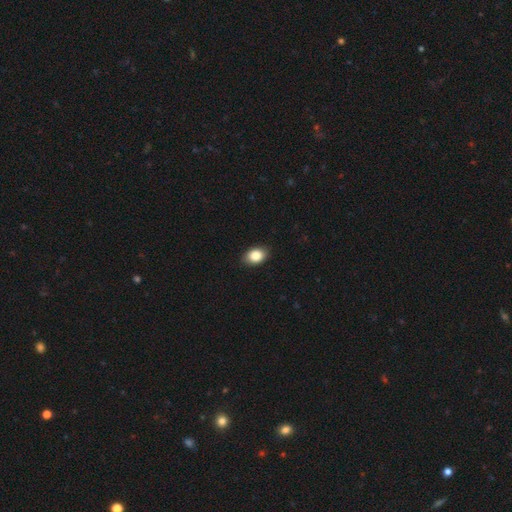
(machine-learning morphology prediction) This is clearly a smooth galaxy (86%). How rounded: likely in between (80%). Merging: clearly none (88%).